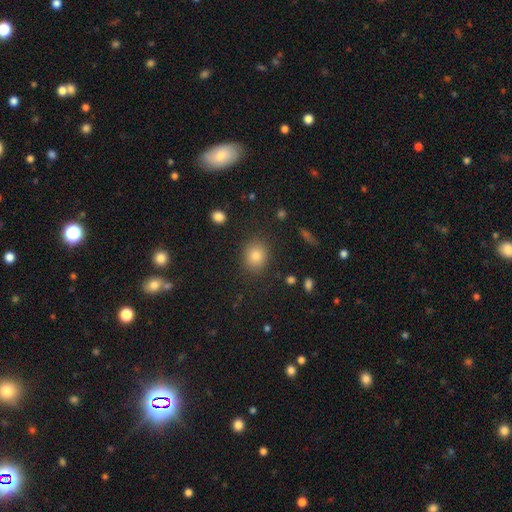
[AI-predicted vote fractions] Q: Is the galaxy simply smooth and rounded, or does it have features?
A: smooth — 79%.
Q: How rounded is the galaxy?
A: round — 72%.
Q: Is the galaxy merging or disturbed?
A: none — 88%.